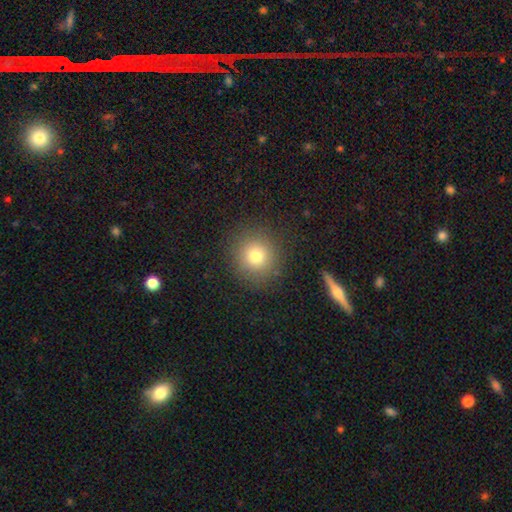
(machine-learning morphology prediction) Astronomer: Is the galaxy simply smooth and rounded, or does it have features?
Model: smooth — 76%.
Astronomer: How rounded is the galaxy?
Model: round — 92%.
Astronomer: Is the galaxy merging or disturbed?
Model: none — 88%.